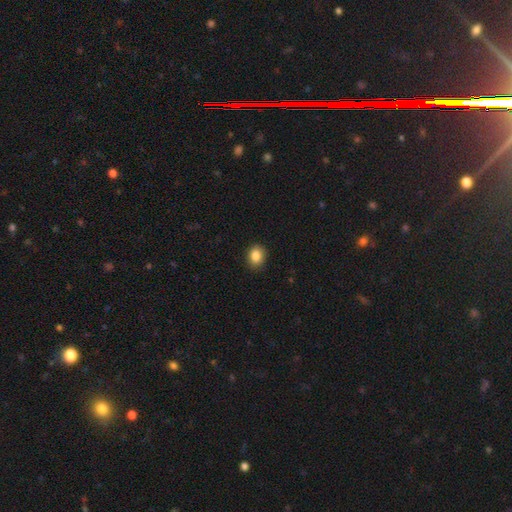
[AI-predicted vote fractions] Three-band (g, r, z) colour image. It shows a smooth galaxy with no disk features (87%) that is in between round and cigar-shaped (57%). Merging: none (88%).